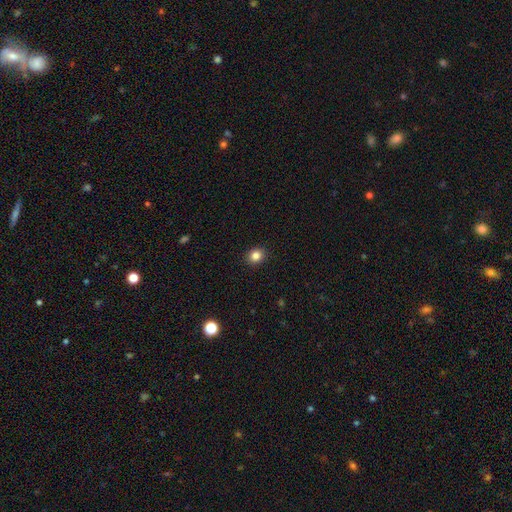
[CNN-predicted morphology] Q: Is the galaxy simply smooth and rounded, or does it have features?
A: smooth — 85%.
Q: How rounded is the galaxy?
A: round — 68%.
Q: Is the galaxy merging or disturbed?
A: none — 91%.